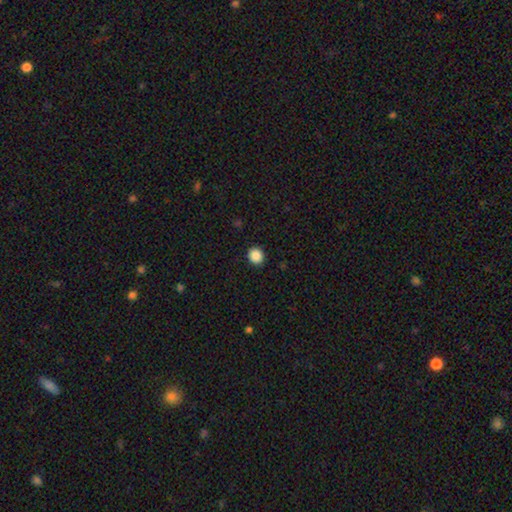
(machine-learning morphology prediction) smooth_or_featured: smooth (p=0.88) [alt: star or artifact p=0.09]
how_rounded: round (p=0.80) [alt: in between p=0.20]
merging: none (p=0.92) [alt: minor disturbance p=0.06]